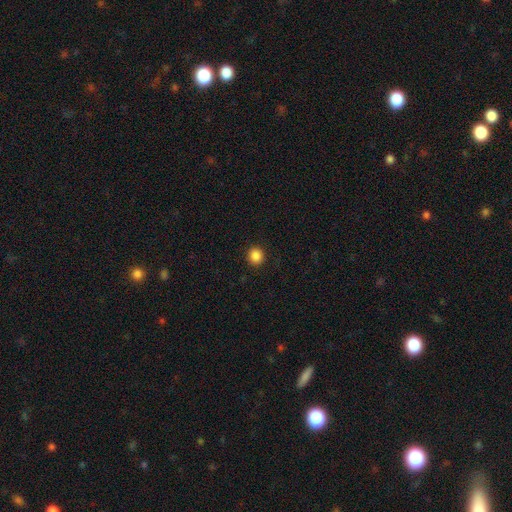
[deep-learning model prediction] A smooth galaxy with no disk features (86%) that is round (90%).

Vote fractions:
- Smooth or featured? smooth: 86% / star or artifact: 11% / featured or disk: 3%
- How rounded? round: 90% / in between: 9% / cigar-shaped: 1%
- Merging? none: 92% / minor disturbance: 5% / major disturbance: 2% / merger: 1%